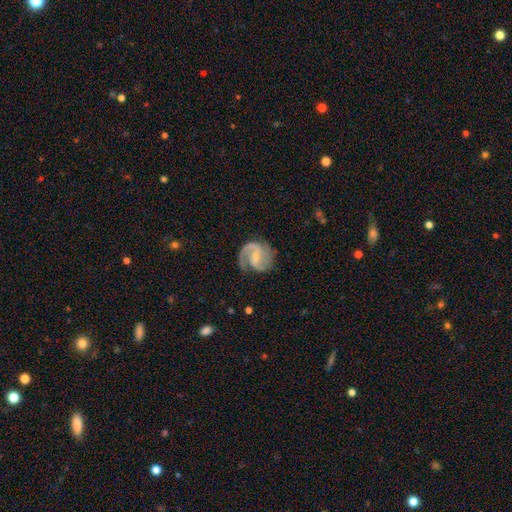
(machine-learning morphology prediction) Smooth or featured? featured or disk (85%)
Edge-on disk? no (98%)
Bar? weak (50%)
Spiral arms? yes (96%)
Spiral winding? medium (53%)
Spiral arm count? 2 (73%)
Bulge size? small (65%)
Merging? none (65%)